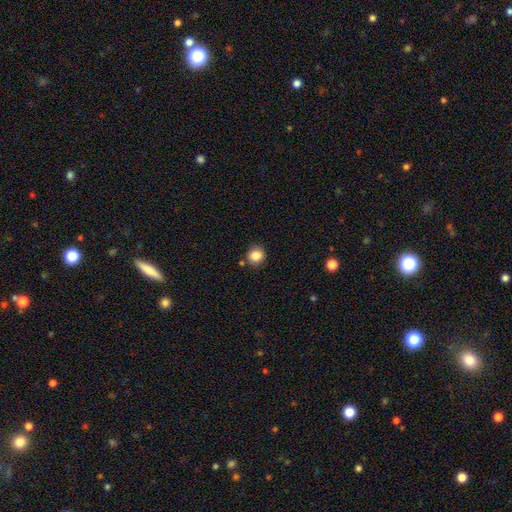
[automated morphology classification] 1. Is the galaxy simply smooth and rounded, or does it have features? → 85% smooth, 10% star or artifact, 5% featured or disk.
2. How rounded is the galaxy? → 87% round, 12% in between, 1% cigar-shaped.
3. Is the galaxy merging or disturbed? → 82% none, 11% minor disturbance, 5% merger, 3% major disturbance.